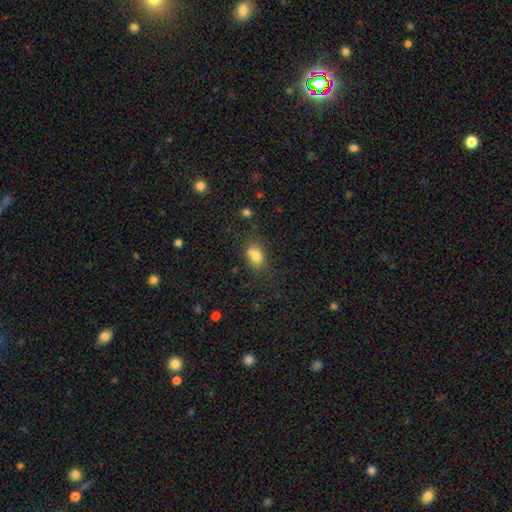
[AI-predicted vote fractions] smooth-or-featured: smooth: 77% | star or artifact: 12% | featured or disk: 12%
  how-rounded: in between: 65% | round: 33% | cigar-shaped: 2%
  merging: none: 53% | merger: 23% | minor disturbance: 18% | major disturbance: 6%